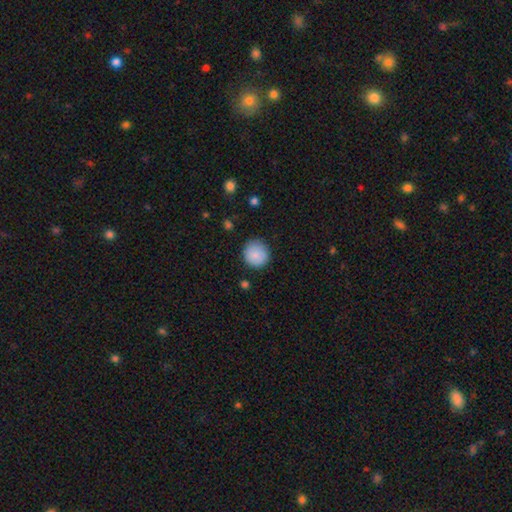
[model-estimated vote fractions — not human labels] Smooth or featured? smooth (86%)
How rounded? round (93%)
Merging? none (85%)